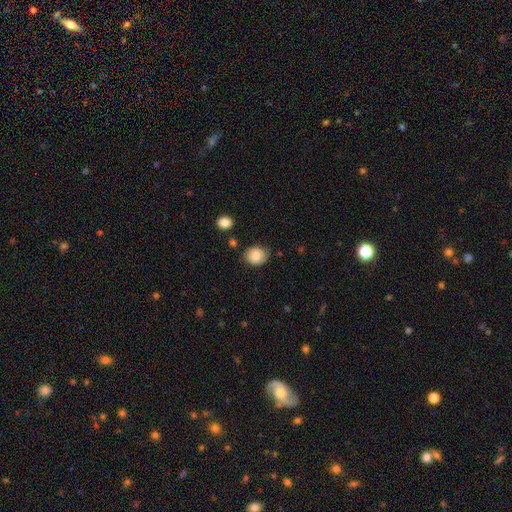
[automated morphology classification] A smooth galaxy with no disk features (78%) that is round (61%).

Vote fractions:
- Smooth or featured? smooth: 78% / featured or disk: 14% / star or artifact: 8%
- How rounded? round: 61% / in between: 38% / cigar-shaped: 1%
- Merging? none: 72% / minor disturbance: 21% / major disturbance: 5% / merger: 3%